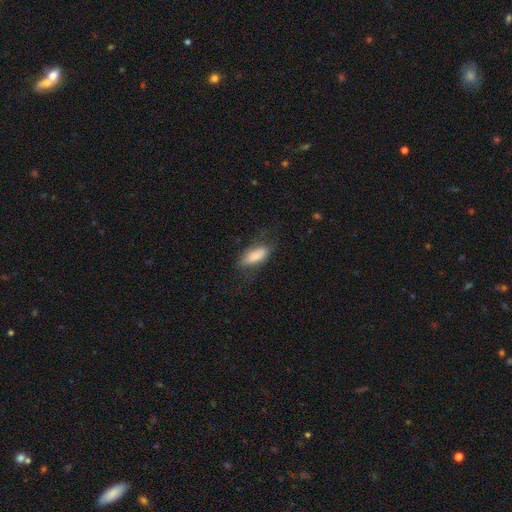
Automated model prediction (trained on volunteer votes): A smooth galaxy with no disk features (80%) that is in between round and cigar-shaped (72%). Merging: none (66%).